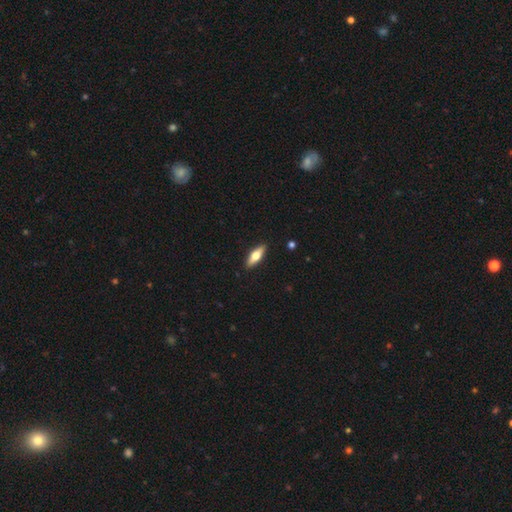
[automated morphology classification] Overall: smooth (55%; featured or disk 40%). How rounded: in between (51%; cigar-shaped 46%). Merging: none (90%).